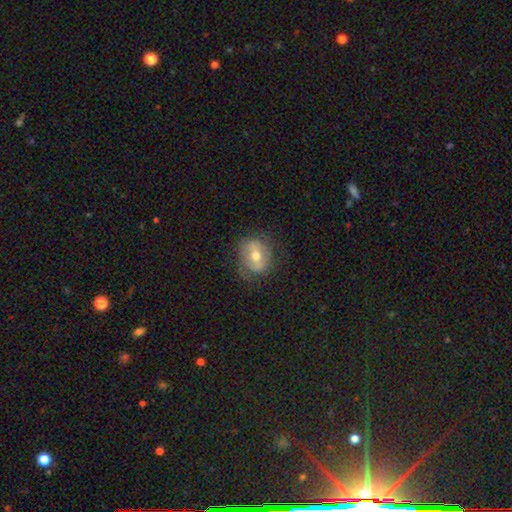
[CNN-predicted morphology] smooth_or_featured: featured or disk (p=0.52) [alt: smooth p=0.40]
disk_edge_on: no (p=0.94) [alt: yes p=0.06]
merging: none (p=0.70) [alt: minor disturbance p=0.20]